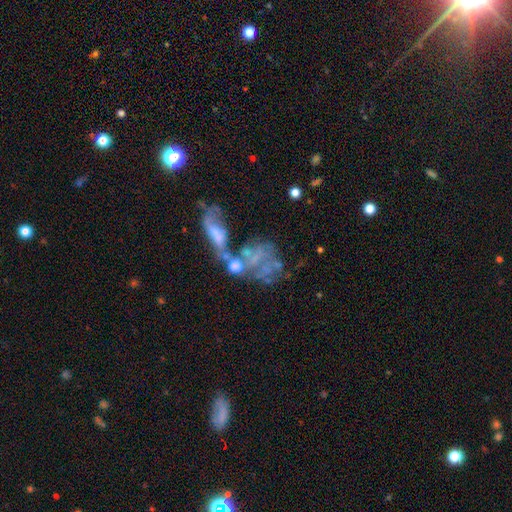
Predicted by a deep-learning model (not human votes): Smooth or featured? Predicted: featured or disk (p=0.54). Edge-on disk? Predicted: no (p=0.95). Bar? Predicted: no (p=0.87). Spiral arms? Predicted: no (p=0.85). Bulge size? Predicted: none (p=0.67). Merging? Predicted: merger (p=0.53).